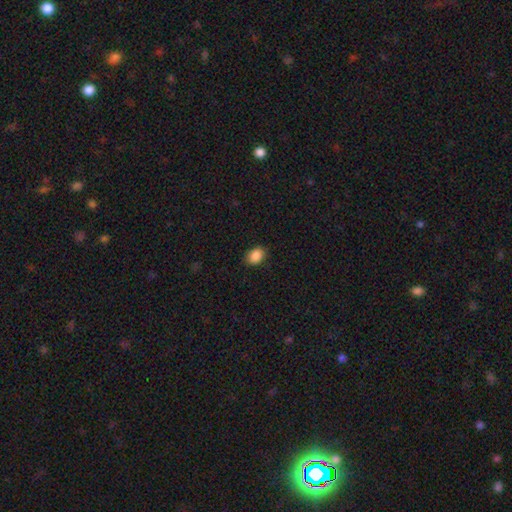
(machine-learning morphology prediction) type=smooth (88%); roundness=in between (72%); merging=none (87%).